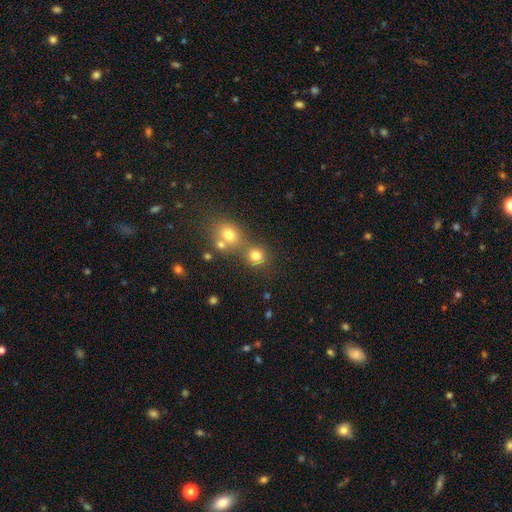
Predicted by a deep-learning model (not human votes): Q: Smooth or featured?
A: smooth (78%); runner-up: star or artifact (14%)
Q: How rounded?
A: round (86%); runner-up: in between (13%)
Q: Merging?
A: none (57%); runner-up: merger (31%)